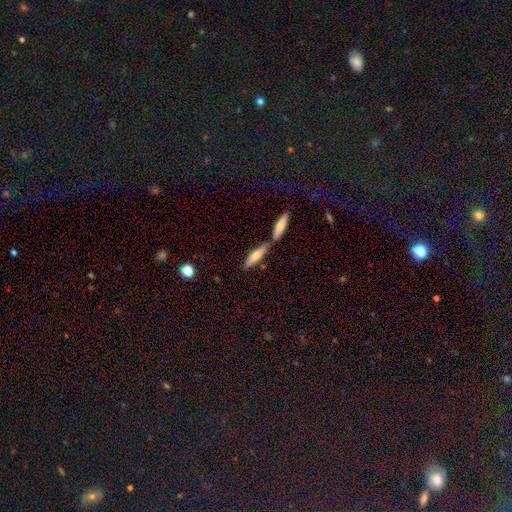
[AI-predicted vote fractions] Smooth or featured? Predicted: smooth (p=0.68). How rounded? Predicted: cigar-shaped (p=0.65). Merging? Predicted: none (p=0.61).